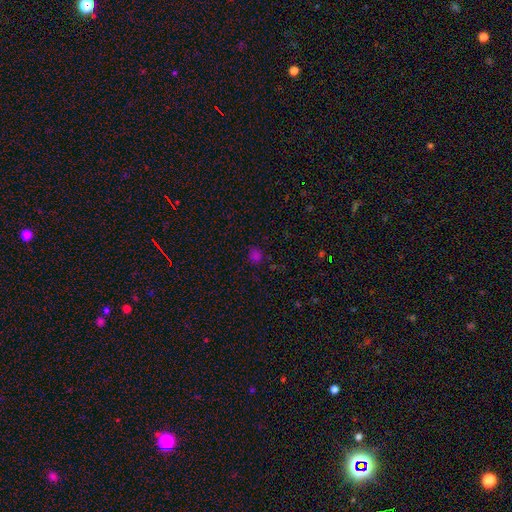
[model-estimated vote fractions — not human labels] smooth-or-featured: smooth: 72% | star or artifact: 24% | featured or disk: 4%
  how-rounded: round: 75% | in between: 24% | cigar-shaped: 1%
  merging: none: 81% | minor disturbance: 12% | major disturbance: 4% | merger: 3%